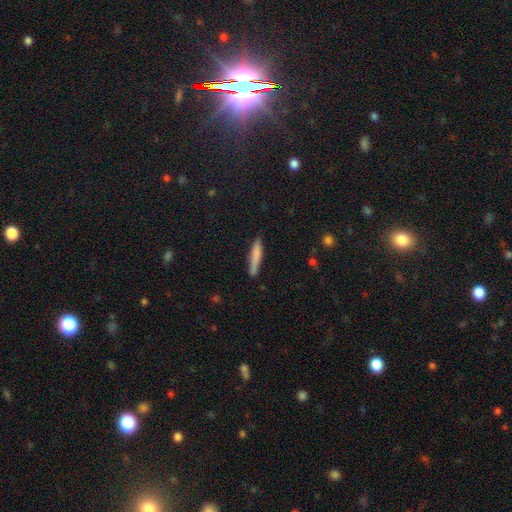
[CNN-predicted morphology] Smooth or featured? Predicted: smooth (p=0.76). How rounded? Predicted: cigar-shaped (p=0.92). Merging? Predicted: none (p=0.82).